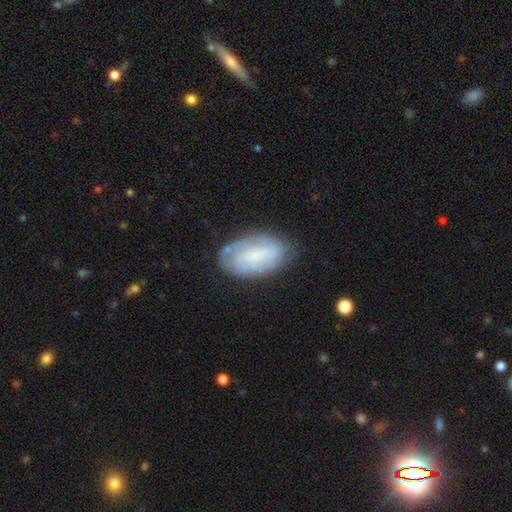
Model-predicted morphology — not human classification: featured or disk 50%, smooth 41%, star or artifact 8%. Down the decision tree: edge-on disk — no (95%); merging — none (68%).